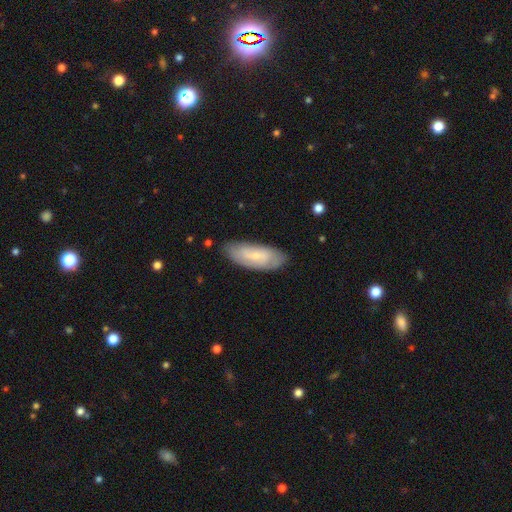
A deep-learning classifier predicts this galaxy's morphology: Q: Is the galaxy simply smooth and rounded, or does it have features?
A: smooth — 51%.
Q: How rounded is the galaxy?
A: in between — 75%.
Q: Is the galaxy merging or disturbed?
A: none — 78%.